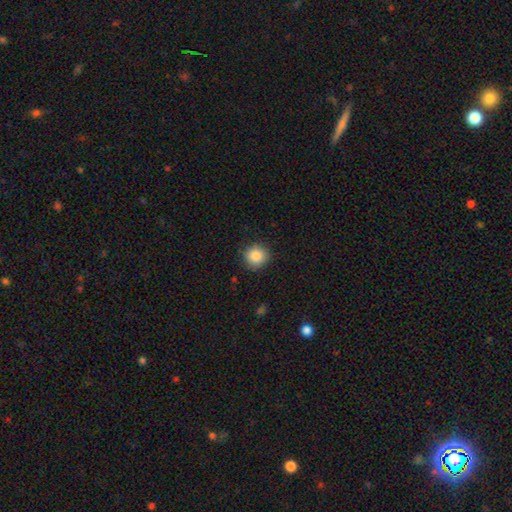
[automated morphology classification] A smooth galaxy with no disk features (87%) that is round (91%). Merging: none (86%).